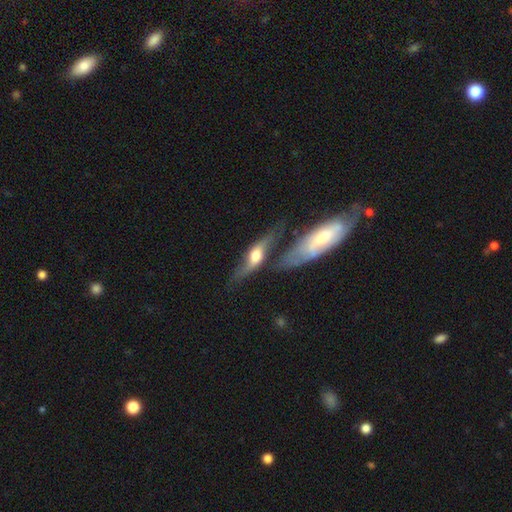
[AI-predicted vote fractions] This appears to be a featured or disk galaxy (64%) viewed edge-on (65%). Merging: none (46%).